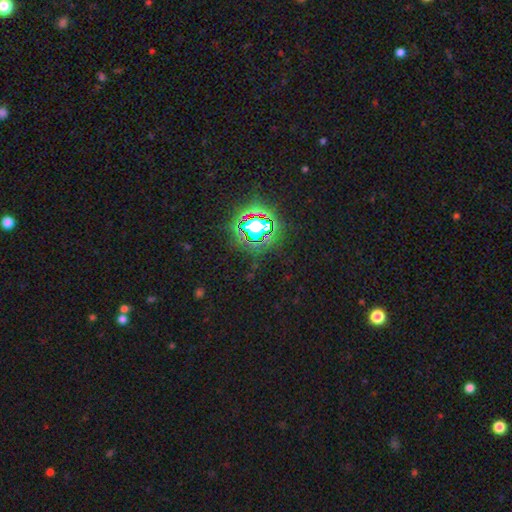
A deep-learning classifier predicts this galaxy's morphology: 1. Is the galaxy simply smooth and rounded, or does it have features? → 81% star or artifact, 12% smooth, 7% featured or disk.